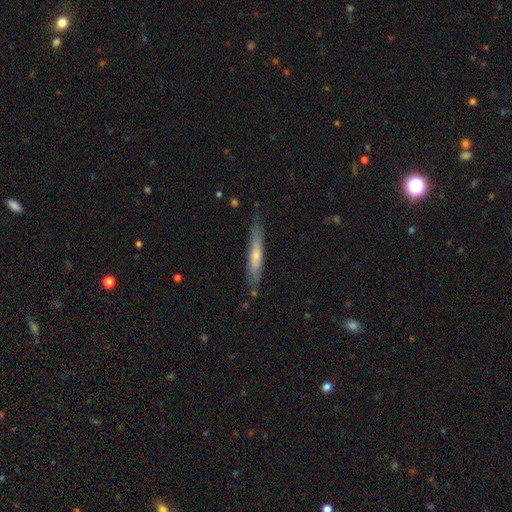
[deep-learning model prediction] Overall: smooth (52%; featured or disk 43%). How rounded: cigar-shaped (93%). Merging: none (80%).